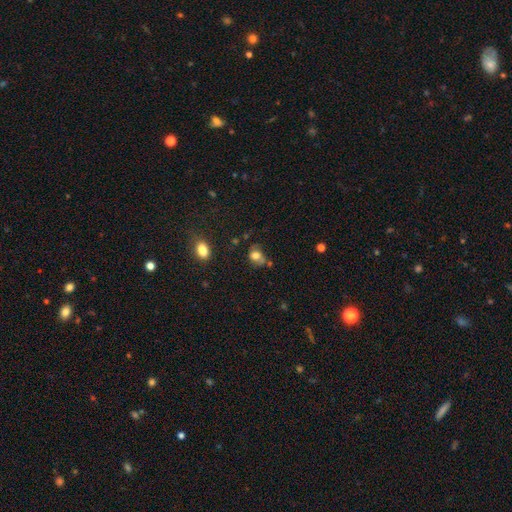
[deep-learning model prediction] Q: Smooth or featured?
A: smooth (74%); runner-up: featured or disk (15%)
Q: How rounded?
A: round (50%); runner-up: in between (49%)
Q: Merging?
A: none (48%); runner-up: minor disturbance (27%)